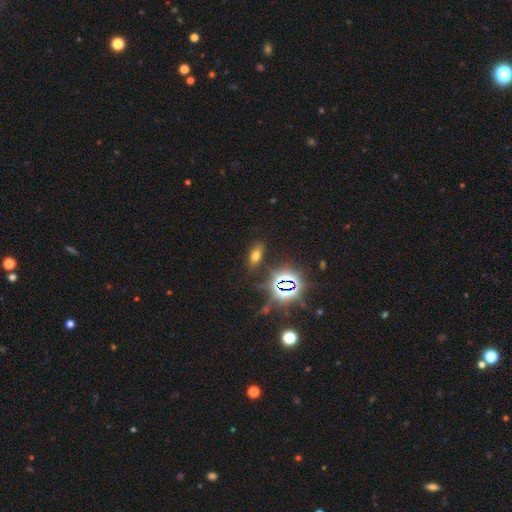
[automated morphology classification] A smooth galaxy with no disk features (54%) that is in between round and cigar-shaped (78%).

Vote fractions:
- Smooth or featured? smooth: 54% / star or artifact: 34% / featured or disk: 12%
- How rounded? in between: 78% / cigar-shaped: 14% / round: 9%
- Merging? none: 82% / minor disturbance: 11% / major disturbance: 4% / merger: 3%